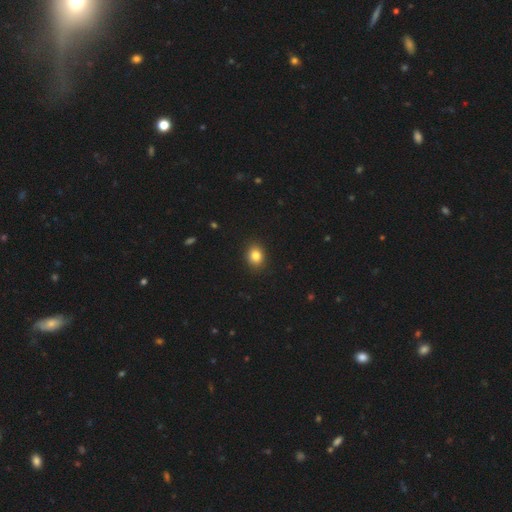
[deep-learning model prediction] This is clearly a smooth galaxy (84%). How rounded: possibly round (50%). Merging: clearly none (89%).